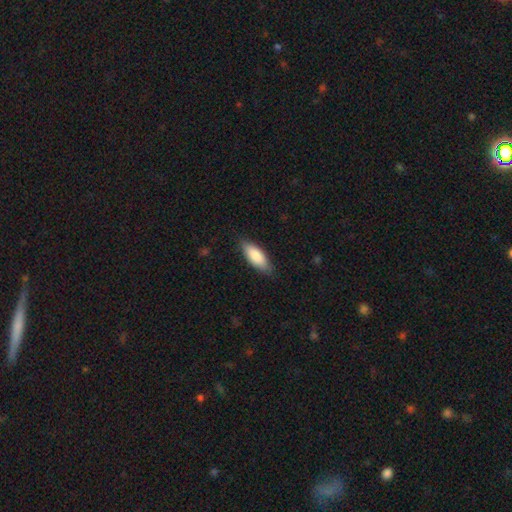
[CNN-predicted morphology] A smooth galaxy with no disk features (84%) that is in between round and cigar-shaped (74%).

Vote fractions:
- Smooth or featured? smooth: 84% / featured or disk: 11% / star or artifact: 5%
- How rounded? in between: 74% / cigar-shaped: 24% / round: 2%
- Merging? none: 82% / minor disturbance: 15% / major disturbance: 3% / merger: 1%